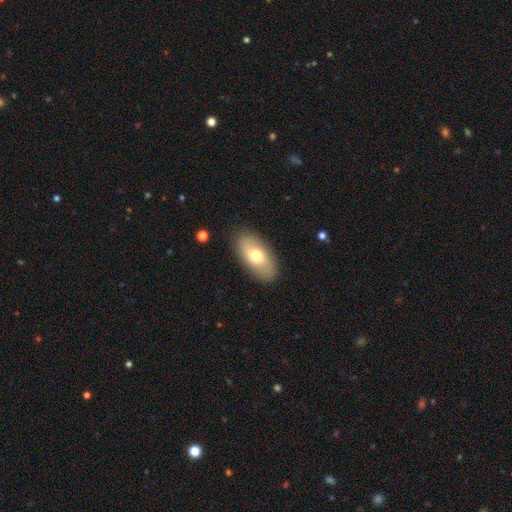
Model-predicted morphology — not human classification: smooth 67%, featured or disk 26%, star or artifact 6%. Down the decision tree: how rounded — in between (91%); merging — none (86%).